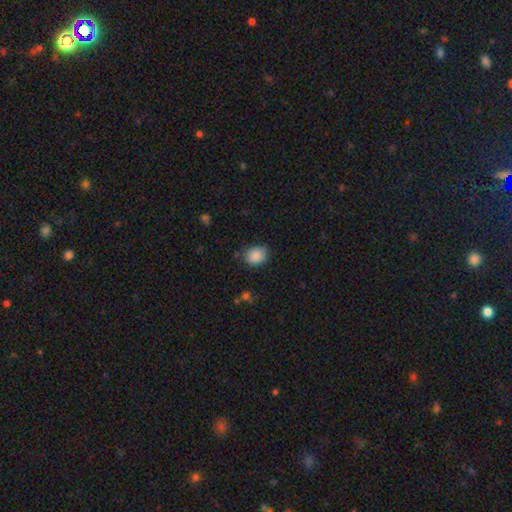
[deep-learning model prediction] The model was most divided on "how rounded": round: 53%, in between: 47%, cigar-shaped: 1%. More confident: smooth or featured — smooth (88%); merging — none (79%).